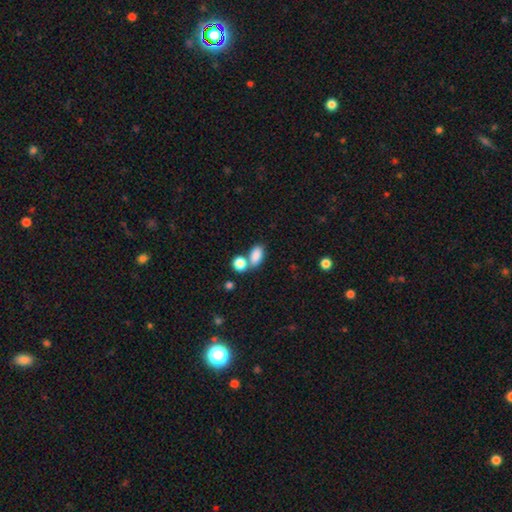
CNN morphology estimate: smooth 86%, star or artifact 8%, featured or disk 6%. Down the decision tree: how rounded — in between (88%); merging — none (51%).